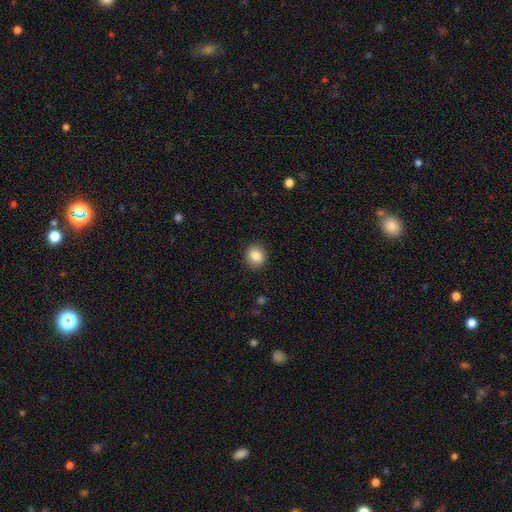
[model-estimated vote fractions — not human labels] Smooth or featured: smooth — 85% (star or artifact — 9%)
How rounded: round — 82% (in between — 17%)
Merging: none — 90% (minor disturbance — 7%)